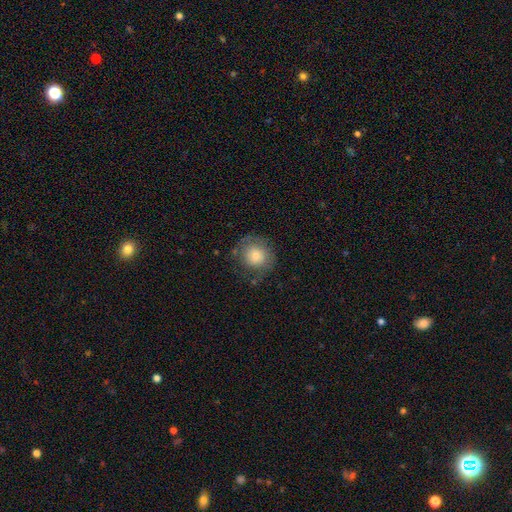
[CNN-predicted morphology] This appears to be a smooth galaxy with no disk features (70%) that is round (87%). Merging: none (66%).